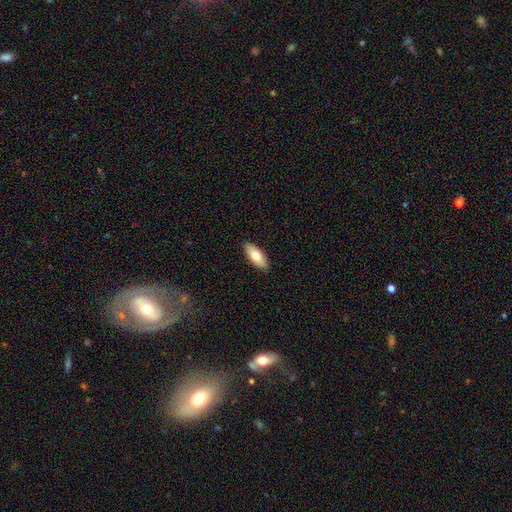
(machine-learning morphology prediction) smooth 75%, featured or disk 19%, star or artifact 6%. Down the decision tree: how rounded — in between (85%); merging — none (90%).